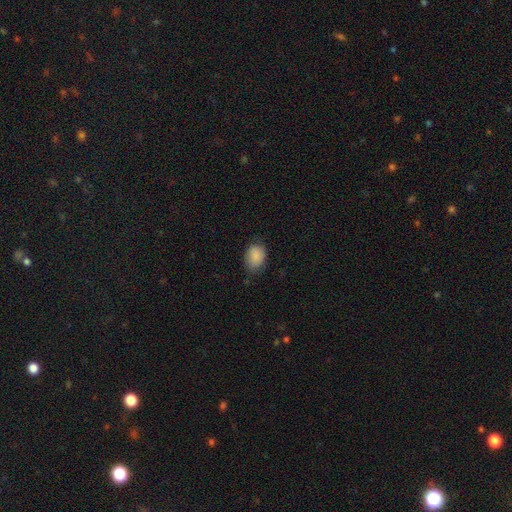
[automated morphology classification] type=smooth (88%); roundness=in between (76%); merging=none (73%).